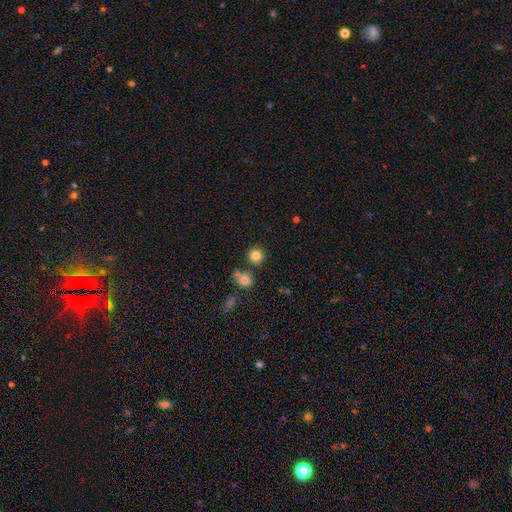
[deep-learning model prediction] Smooth or featured?
  - smooth: 83% *
  - star or artifact: 12%
  - featured or disk: 6%
How rounded?
  - round: 90% *
  - in between: 9%
  - cigar-shaped: 1%
Merging?
  - none: 79% *
  - merger: 10%
  - minor disturbance: 8%
  - major disturbance: 3%